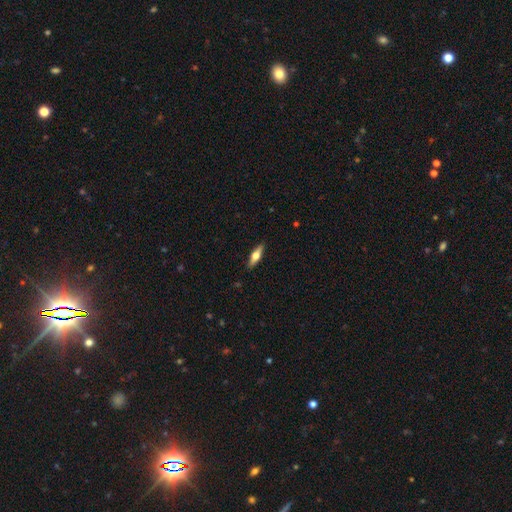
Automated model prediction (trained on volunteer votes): Smooth or featured? Predicted: smooth (p=0.48). Merging? Predicted: none (p=0.90).